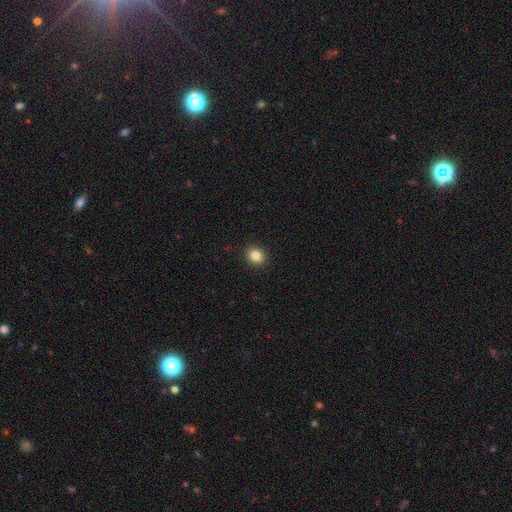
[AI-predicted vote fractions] Q: Smooth or featured?
A: smooth (84%); runner-up: star or artifact (10%)
Q: How rounded?
A: round (78%); runner-up: in between (21%)
Q: Merging?
A: none (92%); runner-up: minor disturbance (5%)